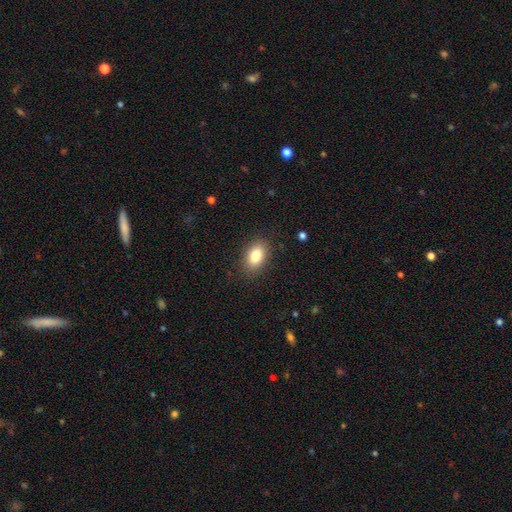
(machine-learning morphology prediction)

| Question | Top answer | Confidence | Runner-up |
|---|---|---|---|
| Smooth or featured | smooth | 83% | star or artifact (8%) |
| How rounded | in between | 86% | round (13%) |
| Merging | none | 86% | minor disturbance (10%) |